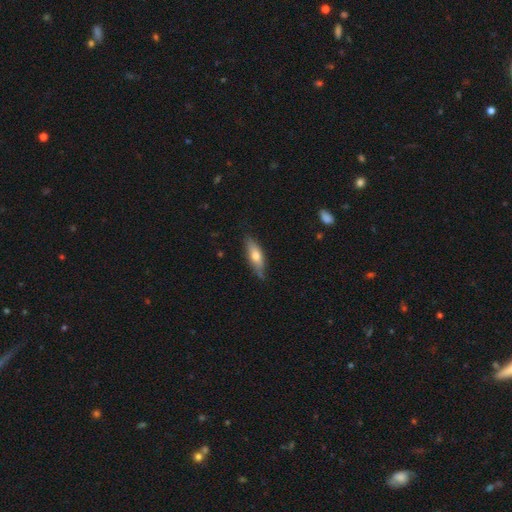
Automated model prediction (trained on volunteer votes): Smooth or featured?
  - smooth: 61% *
  - featured or disk: 33%
  - star or artifact: 6%
How rounded?
  - in between: 50% *
  - cigar-shaped: 48%
  - round: 3%
Merging?
  - none: 71% *
  - minor disturbance: 23%
  - major disturbance: 4%
  - merger: 2%